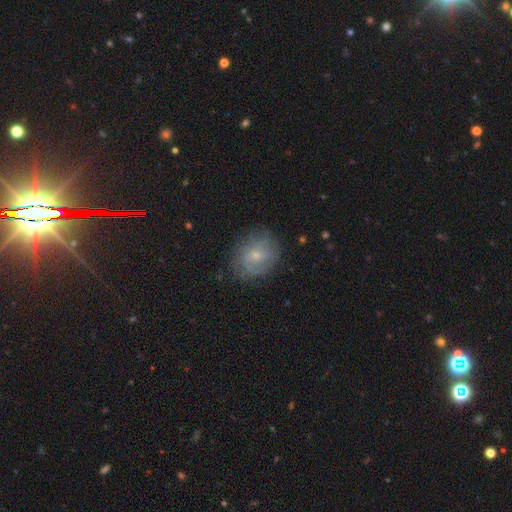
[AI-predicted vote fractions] smooth_or_featured: smooth (p=0.47) [alt: featured or disk p=0.43]
merging: none (p=0.74) [alt: minor disturbance p=0.18]